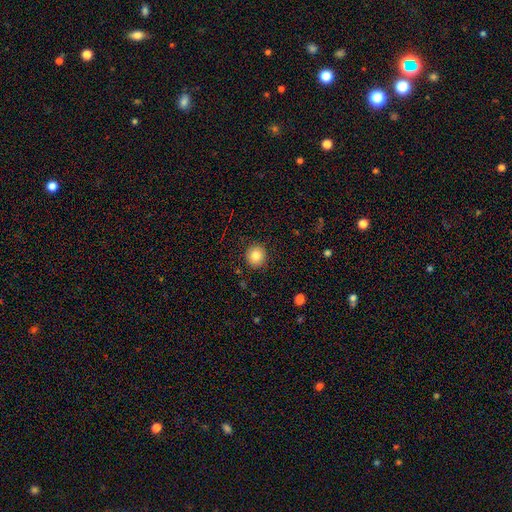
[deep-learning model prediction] A smooth galaxy with no disk features (83%) that is round (90%).

Vote fractions:
- Smooth or featured? smooth: 83% / star or artifact: 10% / featured or disk: 7%
- How rounded? round: 90% / in between: 9% / cigar-shaped: 1%
- Merging? none: 90% / minor disturbance: 7% / major disturbance: 2% / merger: 1%